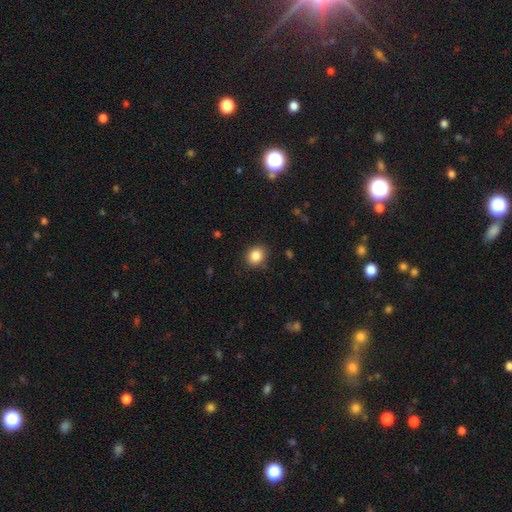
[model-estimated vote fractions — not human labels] This is clearly a smooth galaxy (86%). How rounded: likely round (69%). Merging: clearly none (87%).